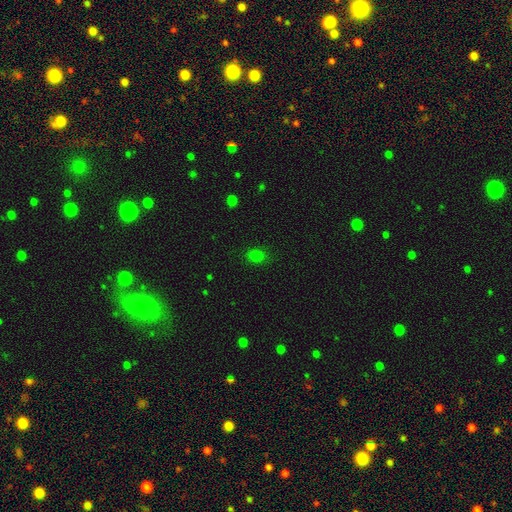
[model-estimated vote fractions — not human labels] smooth_or_featured: smooth (p=0.79) [alt: star or artifact p=0.18]
how_rounded: round (p=0.52) [alt: in between p=0.47]
merging: none (p=0.85) [alt: minor disturbance p=0.10]